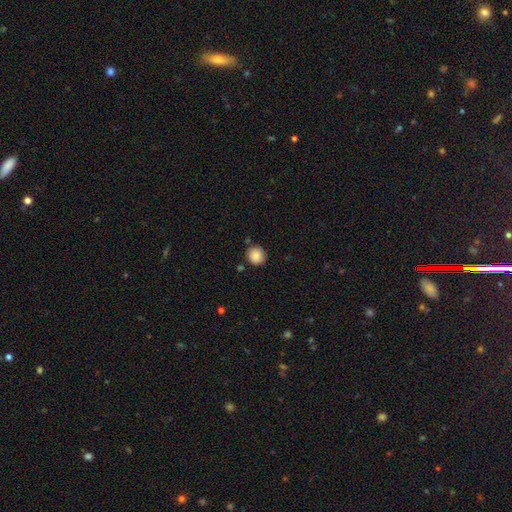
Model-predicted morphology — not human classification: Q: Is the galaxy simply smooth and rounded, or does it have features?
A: smooth — 87%.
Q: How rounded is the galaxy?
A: round — 88%.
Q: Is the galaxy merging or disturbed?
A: none — 83%.